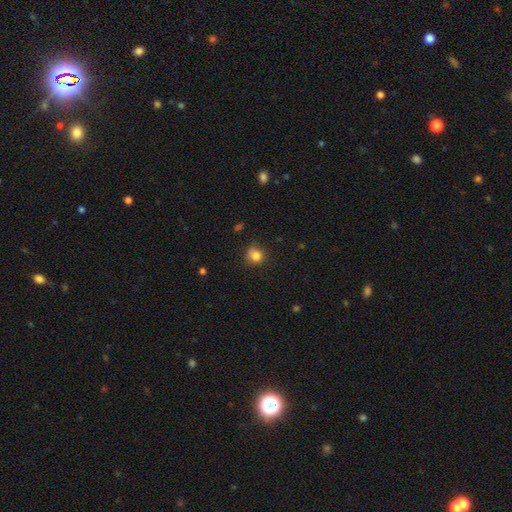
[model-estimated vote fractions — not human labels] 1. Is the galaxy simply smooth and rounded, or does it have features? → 82% smooth, 12% star or artifact, 6% featured or disk.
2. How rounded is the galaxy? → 87% round, 12% in between, 1% cigar-shaped.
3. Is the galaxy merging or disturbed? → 71% none, 22% minor disturbance, 5% major disturbance, 2% merger.